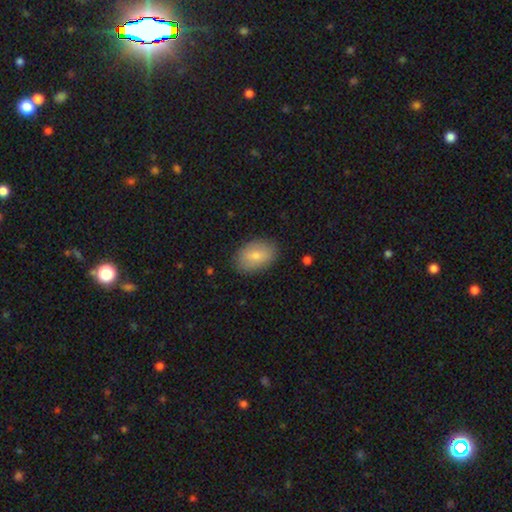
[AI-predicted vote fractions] Smooth or featured? Predicted: smooth (p=0.76). How rounded? Predicted: in between (p=0.86). Merging? Predicted: none (p=0.83).